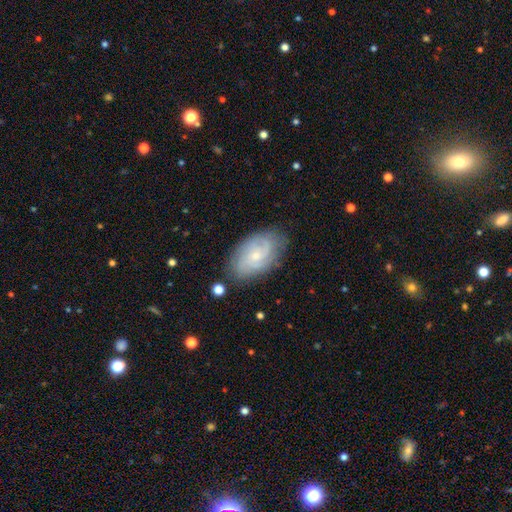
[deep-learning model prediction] Overall: featured or disk (69%). Edge-on disk: no (96%). Bar: no (69%). Spiral arms: yes (91%). Spiral arm count: can't tell (37%; 2 31%). Spiral winding: tight (50%; medium 37%). Bulge size: small (72%). Merging: none (77%).